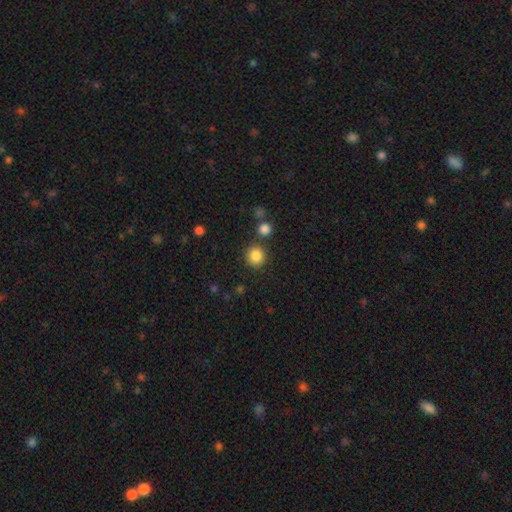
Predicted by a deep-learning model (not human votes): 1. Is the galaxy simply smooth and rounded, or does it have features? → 86% smooth, 10% star or artifact, 4% featured or disk.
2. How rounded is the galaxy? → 89% round, 10% in between, 1% cigar-shaped.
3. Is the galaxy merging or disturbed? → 83% none, 7% minor disturbance, 6% merger, 3% major disturbance.